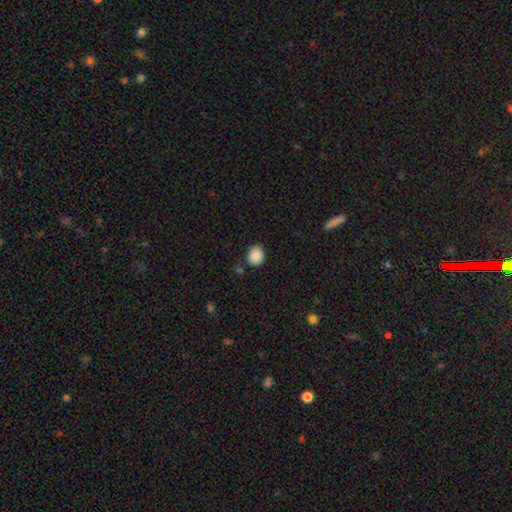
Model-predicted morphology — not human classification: Smooth or featured? smooth (88%)
How rounded? round (61%)
Merging? none (80%)